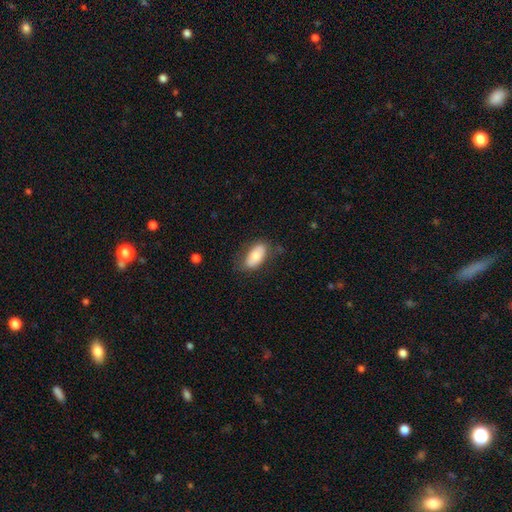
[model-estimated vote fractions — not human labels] The model was most divided on "merging": none: 72%, minor disturbance: 20%, major disturbance: 6%, merger: 2%. More confident: how rounded — in between (91%); smooth or featured — smooth (75%).